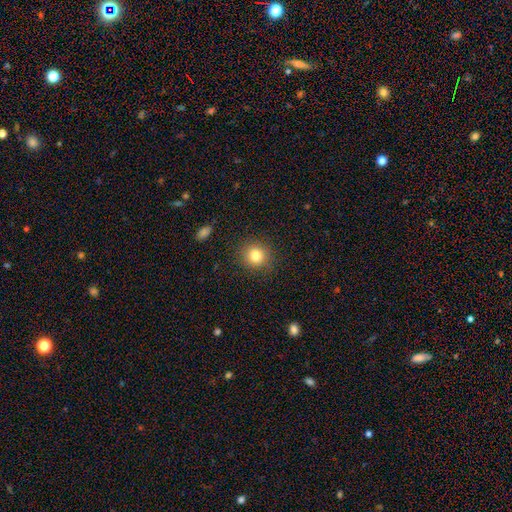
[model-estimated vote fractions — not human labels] This appears to be a smooth galaxy with no disk features (80%) that is round (90%). Merging: none (89%).